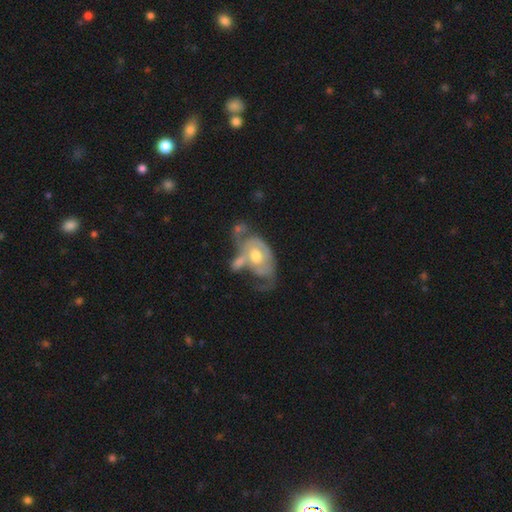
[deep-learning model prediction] Smooth or featured: featured or disk — 72% (smooth — 22%)
Edge-on disk: no — 95% (yes — 5%)
Bar: no — 74% (weak — 21%)
Spiral arms: yes — 71% (no — 29%)
Bulge size: moderate — 73% (small — 16%)
Merging: merger — 35% (major disturbance — 27%)